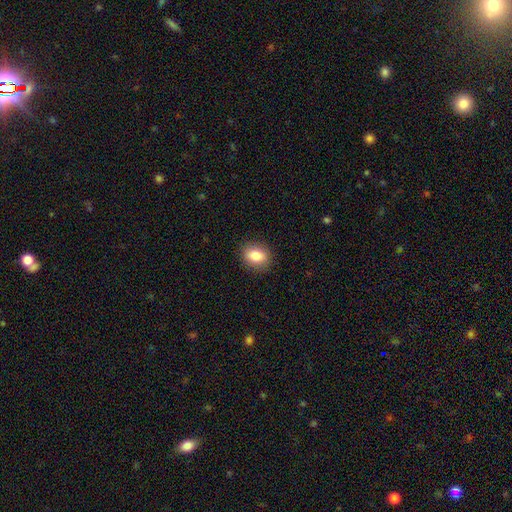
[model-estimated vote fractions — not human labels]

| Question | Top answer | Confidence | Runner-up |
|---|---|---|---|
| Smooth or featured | smooth | 84% | star or artifact (9%) |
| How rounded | in between | 61% | round (37%) |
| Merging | none | 88% | minor disturbance (9%) |